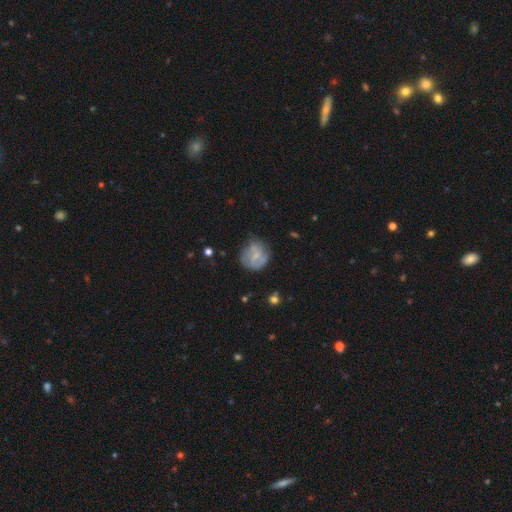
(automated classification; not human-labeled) The model was most divided on "bar": no: 51%, weak: 41%, strong: 9%. More confident: edge-on disk — no (98%); spiral arms — yes (65%); merging — none (61%); bulge size — small (60%); smooth or featured — featured or disk (52%).